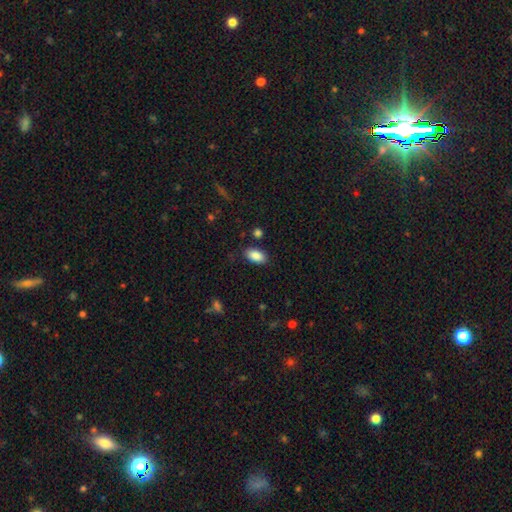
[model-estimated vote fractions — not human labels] Q: Smooth or featured?
A: smooth (89%); runner-up: star or artifact (7%)
Q: How rounded?
A: in between (93%); runner-up: round (4%)
Q: Merging?
A: none (84%); runner-up: minor disturbance (11%)